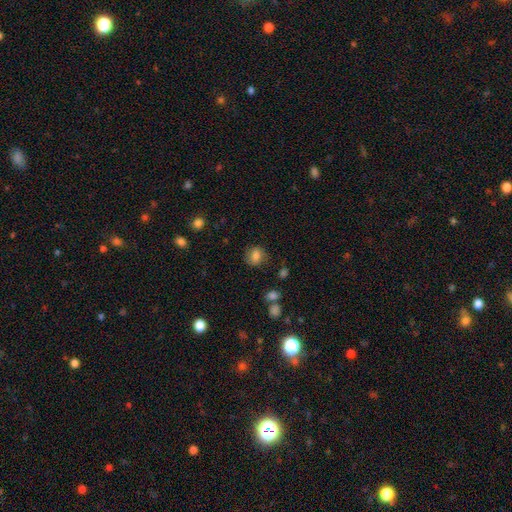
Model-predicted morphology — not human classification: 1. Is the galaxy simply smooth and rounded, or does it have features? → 76% smooth, 14% featured or disk, 10% star or artifact.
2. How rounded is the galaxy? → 54% round, 45% in between, 1% cigar-shaped.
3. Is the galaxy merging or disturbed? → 76% none, 16% minor disturbance, 6% major disturbance, 2% merger.